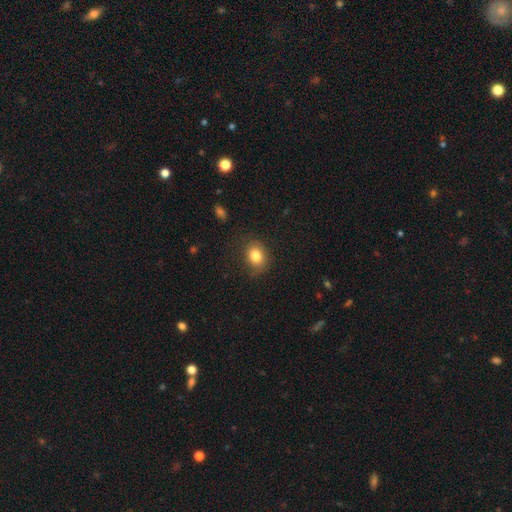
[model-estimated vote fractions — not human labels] This is clearly a smooth galaxy (82%). How rounded: possibly round (53%). Merging: likely none (74%).